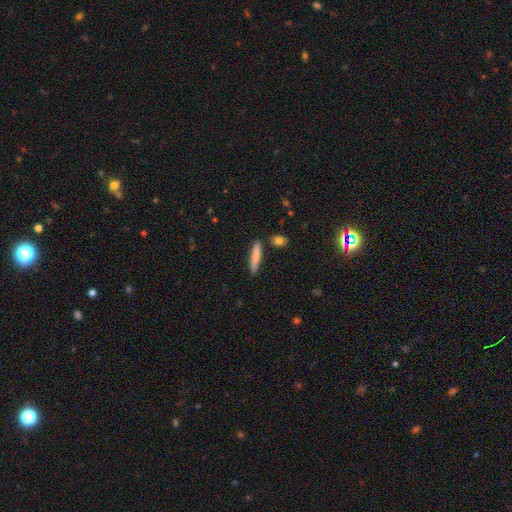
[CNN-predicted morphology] type=smooth (79%); roundness=cigar-shaped (88%); merging=none (86%).